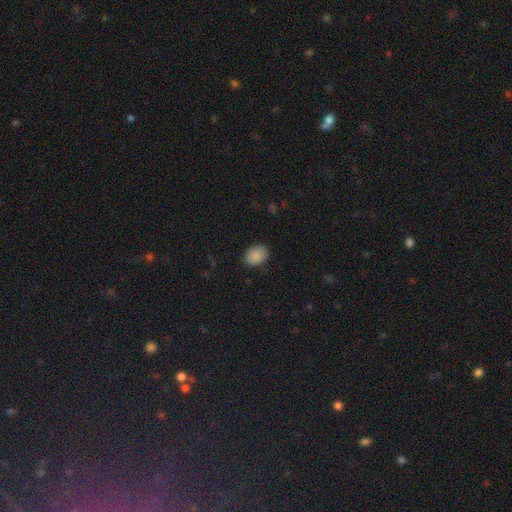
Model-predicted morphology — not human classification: smooth_or_featured: smooth (p=0.89) [alt: star or artifact p=0.07]
how_rounded: in between (p=0.75) [alt: round p=0.24]
merging: none (p=0.87) [alt: minor disturbance p=0.10]